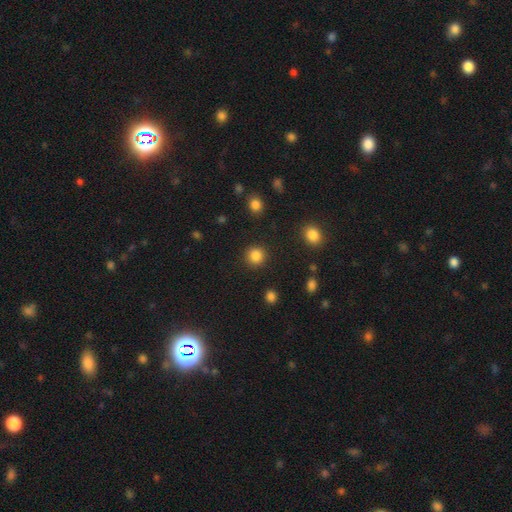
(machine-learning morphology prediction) A smooth galaxy with no disk features (86%) that is round (93%).

Vote fractions:
- Smooth or featured? smooth: 86% / star or artifact: 10% / featured or disk: 4%
- How rounded? round: 93% / in between: 6% / cigar-shaped: 1%
- Merging? none: 91% / minor disturbance: 5% / major disturbance: 2% / merger: 2%